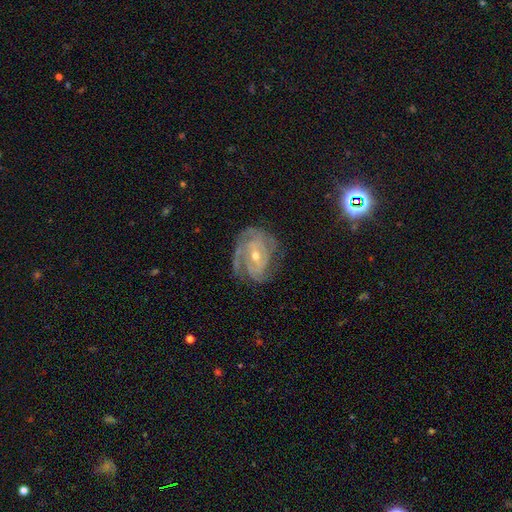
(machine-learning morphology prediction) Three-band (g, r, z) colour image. It shows a featured or disk galaxy (87%) with no bar (46%), 2 (28%, tied with 3) tight (66%) spiral arms (95%) and a small central bulge (50%). Merging: none (69%).